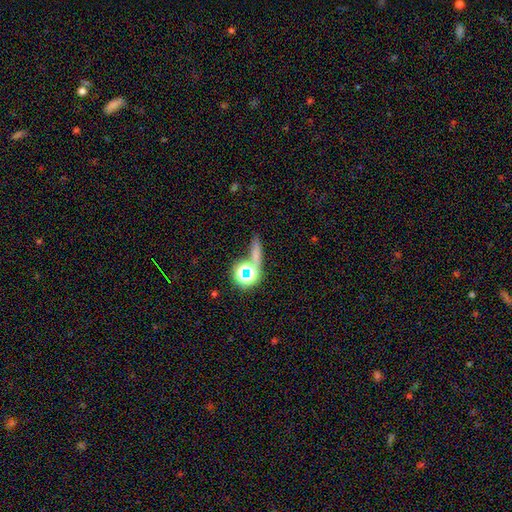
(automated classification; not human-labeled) Q: Smooth or featured?
A: smooth (47%); runner-up: star or artifact (39%)
Q: Merging?
A: none (66%); runner-up: merger (15%)